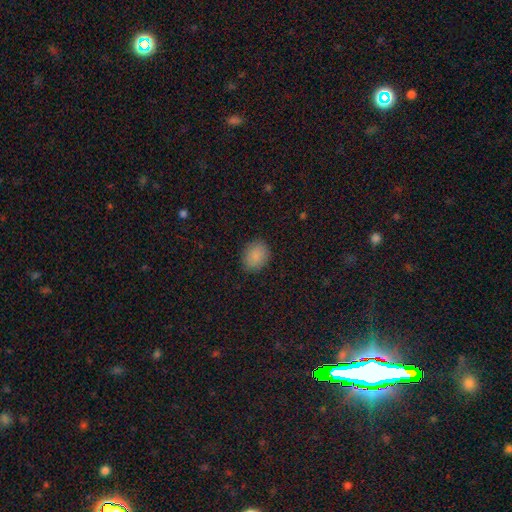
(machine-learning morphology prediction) Smooth or featured: smooth — 87% (star or artifact — 9%)
How rounded: in between — 50% (round — 49%)
Merging: none — 88% (minor disturbance — 9%)